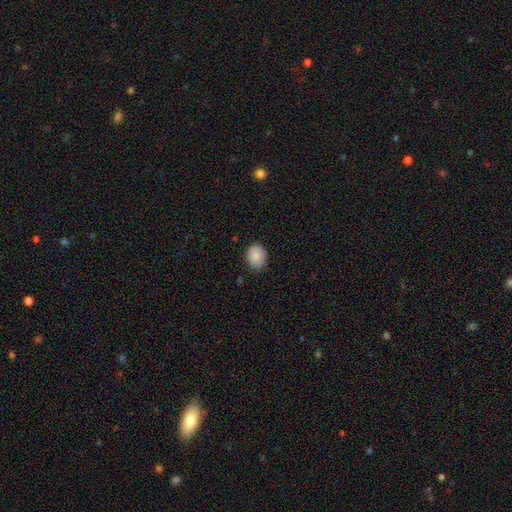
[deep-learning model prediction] Smooth or featured?
  - smooth: 87% *
  - star or artifact: 7%
  - featured or disk: 6%
How rounded?
  - in between: 51% *
  - round: 48%
  - cigar-shaped: 1%
Merging?
  - none: 84% *
  - minor disturbance: 12%
  - major disturbance: 2%
  - merger: 1%